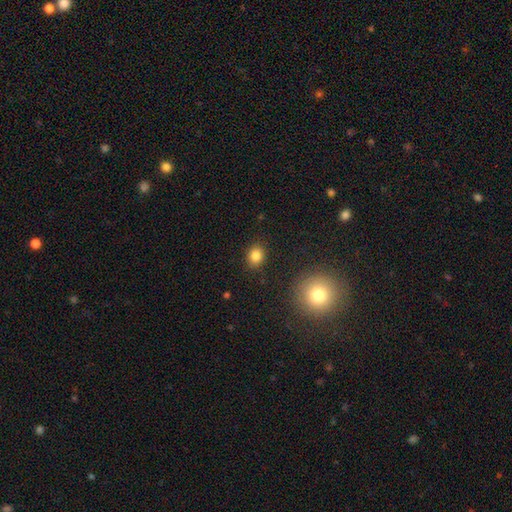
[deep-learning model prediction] Overall: smooth (83%). How rounded: round (54%; in between 45%). Merging: none (88%).